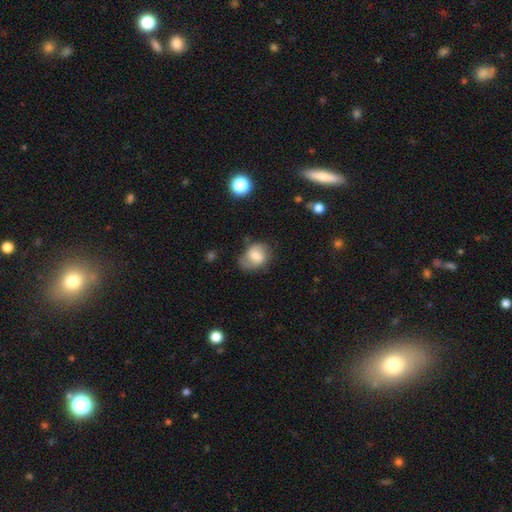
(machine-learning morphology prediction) This appears to be a smooth galaxy with no disk features (57%) that is in between round and cigar-shaped (54%). Merging: none (53%).